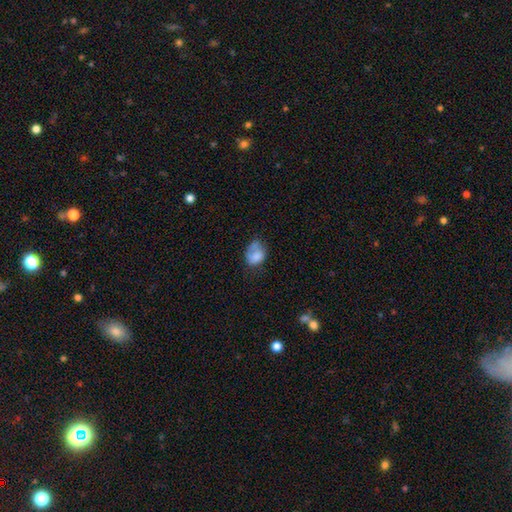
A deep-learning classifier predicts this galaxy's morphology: The model was most divided on "merging": none: 37%, minor disturbance: 32%, major disturbance: 22%, merger: 9%. More confident: smooth or featured — smooth (72%); how rounded — in between (67%).